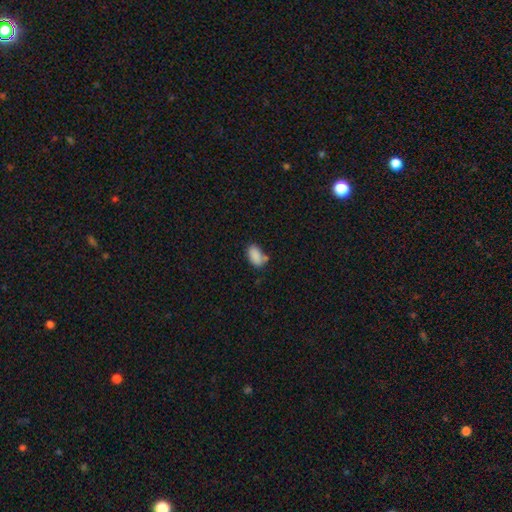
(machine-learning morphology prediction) Smooth or featured: smooth — 86% (star or artifact — 8%)
How rounded: in between — 92% (round — 6%)
Merging: none — 58% (minor disturbance — 21%)